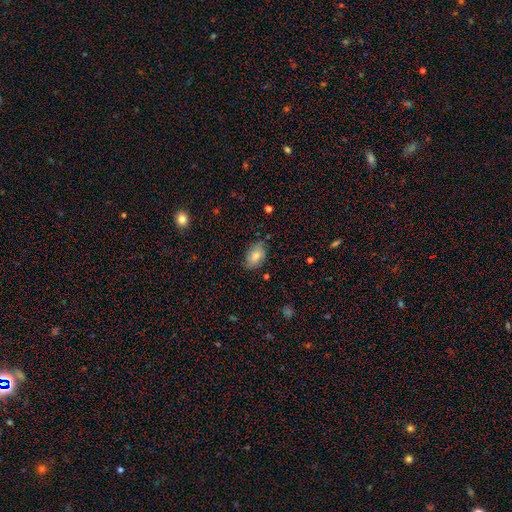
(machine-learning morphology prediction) smooth 70%, featured or disk 21%, star or artifact 9%. Down the decision tree: how rounded — in between (90%); merging — none (76%).